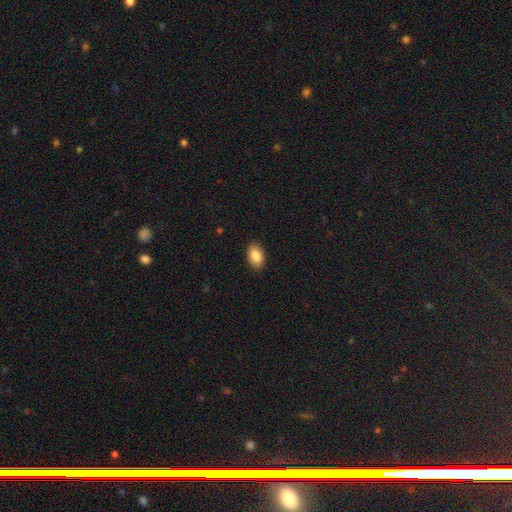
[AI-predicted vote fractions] A smooth galaxy with no disk features (88%) that is in between round and cigar-shaped (91%).

Vote fractions:
- Smooth or featured? smooth: 88% / star or artifact: 7% / featured or disk: 6%
- How rounded? in between: 91% / round: 8% / cigar-shaped: 1%
- Merging? none: 89% / minor disturbance: 8% / major disturbance: 2% / merger: 1%